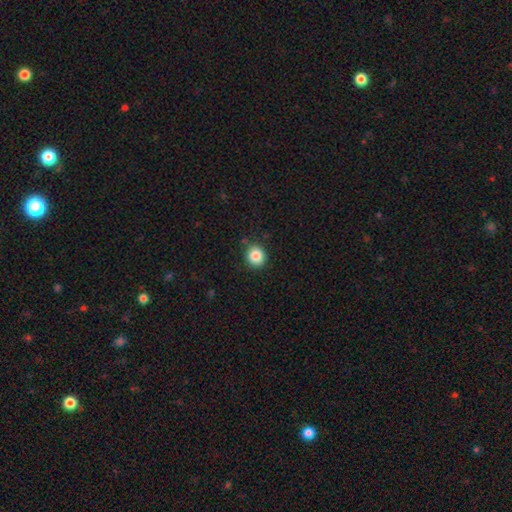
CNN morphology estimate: The model was most divided on "how rounded": round: 82%, in between: 17%, cigar-shaped: 1%. More confident: smooth or featured — smooth (85%); merging — none (85%).